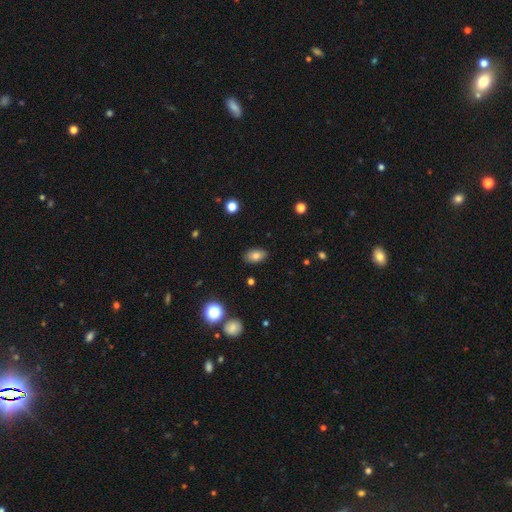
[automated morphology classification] Smooth or featured? smooth (78%)
How rounded? in between (89%)
Merging? none (86%)